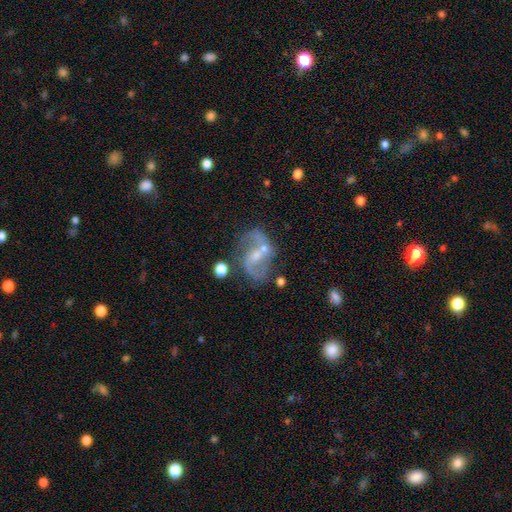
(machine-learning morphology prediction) Smooth or featured? featured or disk (84%)
Edge-on disk? no (98%)
Bar? weak (47%)
Spiral arms? yes (92%)
Spiral winding? loose (46%)
Spiral arm count? 2 (90%)
Bulge size? small (58%)
Merging? none (56%)